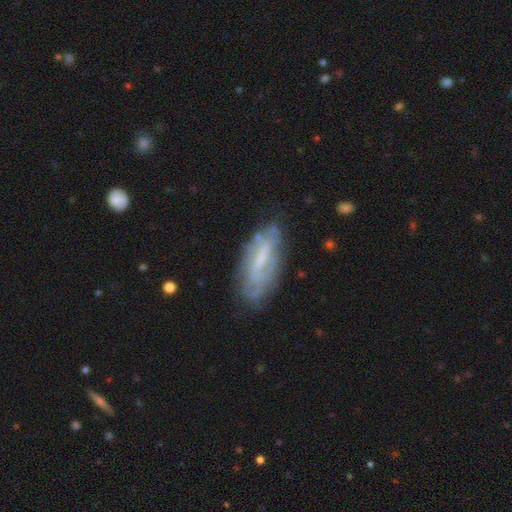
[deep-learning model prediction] A featured or disk galaxy (59%). Merging: none (72%).